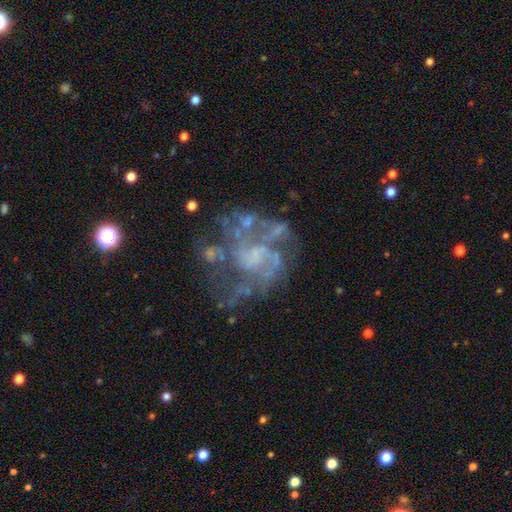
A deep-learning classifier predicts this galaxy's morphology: This is likely a featured or disk galaxy (79%). It is clearly not viewed edge-on (98%). Bar: likely no (74%). Spiral arm pattern: likely yes (68%). Spiral arm count: marginally can't tell (36%). Spiral winding: marginally medium (43%). Central bulge: possibly none (53%). Merging: possibly none (48%).